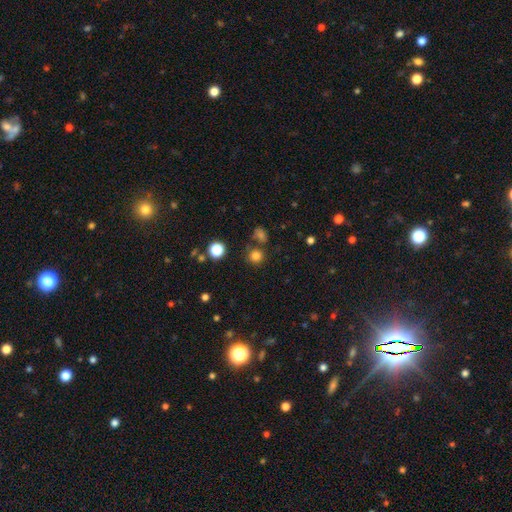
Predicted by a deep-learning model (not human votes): A smooth galaxy with no disk features (77%) that is round (90%). Merging: none (74%).